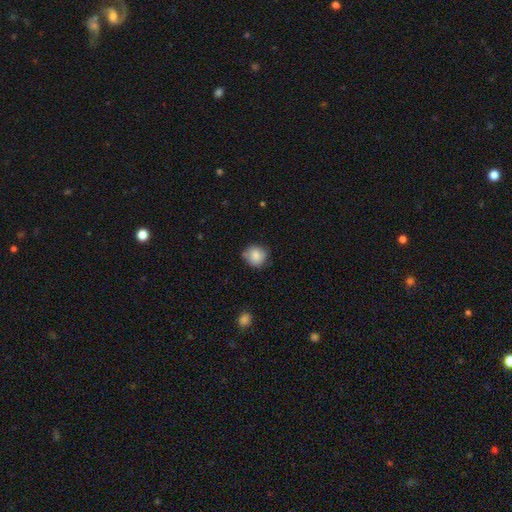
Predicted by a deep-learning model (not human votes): Smooth or featured: smooth — 84% (star or artifact — 8%)
How rounded: round — 88% (in between — 11%)
Merging: none — 74% (minor disturbance — 20%)